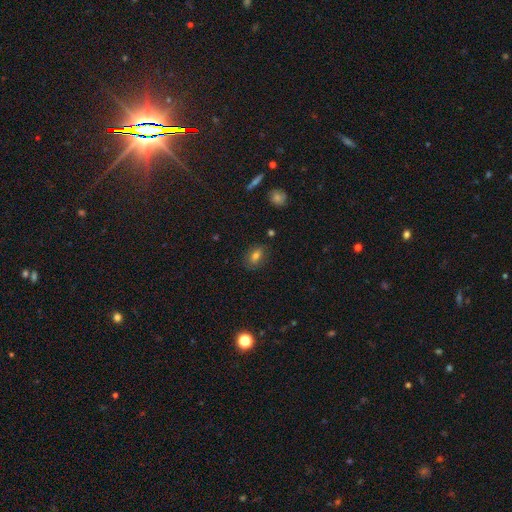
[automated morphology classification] Q: Smooth or featured?
A: smooth (71%); runner-up: featured or disk (16%)
Q: How rounded?
A: in between (78%); runner-up: round (19%)
Q: Merging?
A: none (80%); runner-up: minor disturbance (14%)